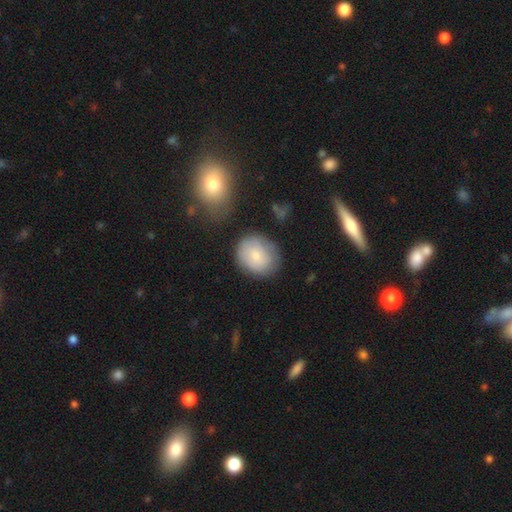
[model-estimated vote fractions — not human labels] Q: Smooth or featured?
A: smooth (78%); runner-up: featured or disk (15%)
Q: How rounded?
A: round (67%); runner-up: in between (32%)
Q: Merging?
A: none (71%); runner-up: minor disturbance (19%)